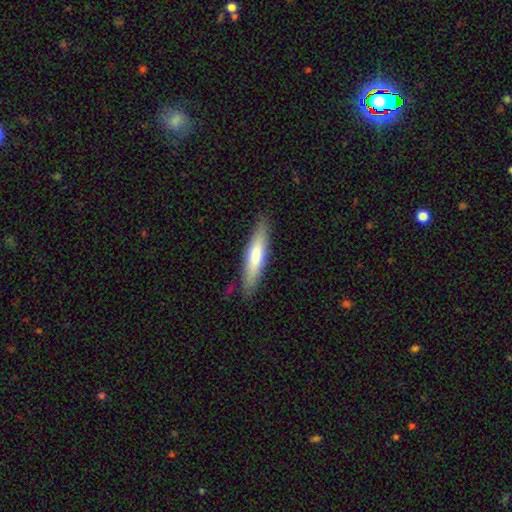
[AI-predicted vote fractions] Overall: smooth (67%; featured or disk 28%). How rounded: cigar-shaped (78%). Merging: none (83%).